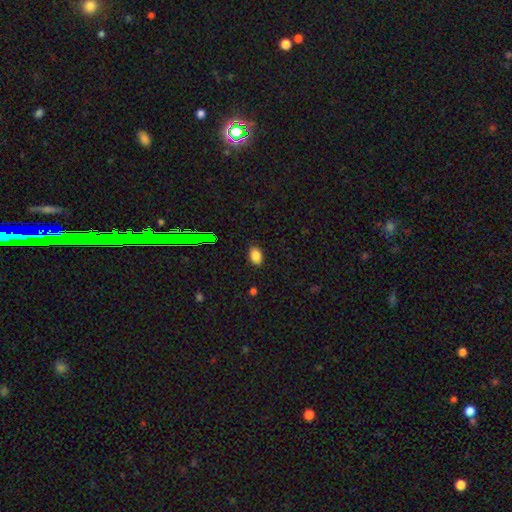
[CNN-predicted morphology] A smooth galaxy with no disk features (83%) that is in between round and cigar-shaped (87%). Merging: none (85%).